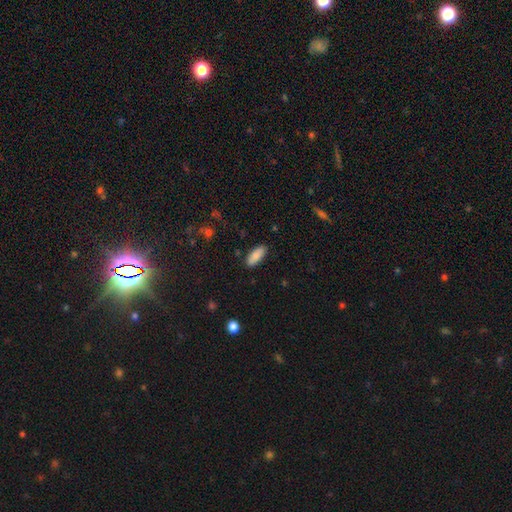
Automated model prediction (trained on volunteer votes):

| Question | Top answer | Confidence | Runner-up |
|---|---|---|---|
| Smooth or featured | smooth | 85% | featured or disk (8%) |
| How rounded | in between | 81% | cigar-shaped (17%) |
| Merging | none | 86% | minor disturbance (10%) |